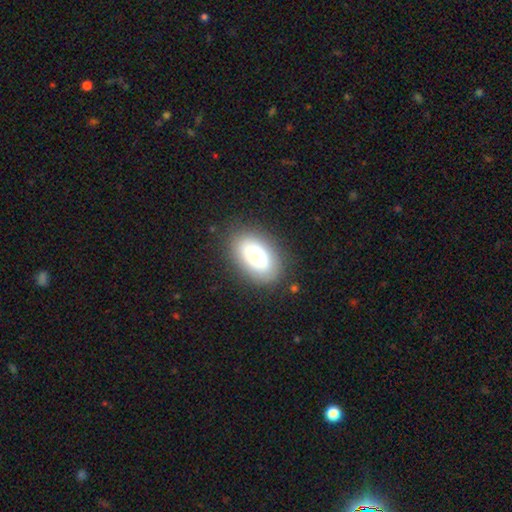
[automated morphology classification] Smooth or featured? Predicted: smooth (p=0.64). How rounded? Predicted: in between (p=0.90). Merging? Predicted: none (p=0.81).